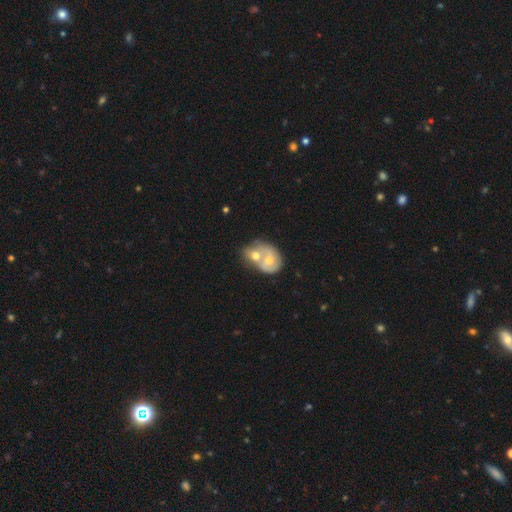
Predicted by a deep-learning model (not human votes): Smooth or featured?
  - smooth: 50% *
  - featured or disk: 44%
  - star or artifact: 6%
Merging?
  - merger: 80% *
  - none: 12%
  - minor disturbance: 5%
  - major disturbance: 3%